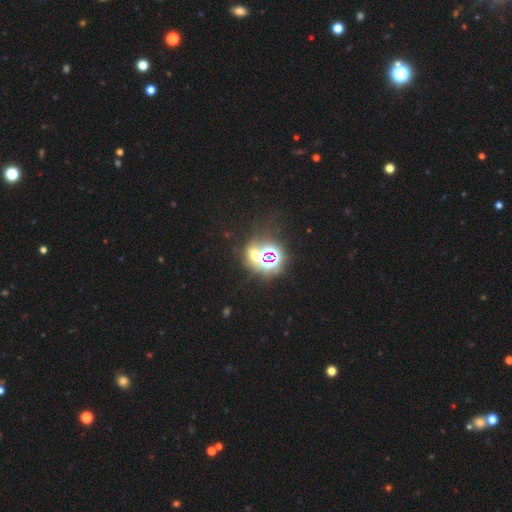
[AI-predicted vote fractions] A star or artifact, not a galaxy (64%).

Vote fractions:
- Smooth or featured? star or artifact: 64% / smooth: 26% / featured or disk: 10%